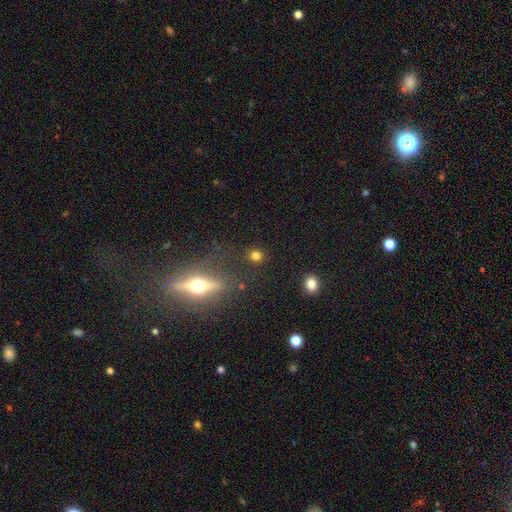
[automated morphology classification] Smooth or featured: smooth — 74% (star or artifact — 17%)
How rounded: round — 88% (in between — 10%)
Merging: none — 86% (minor disturbance — 7%)